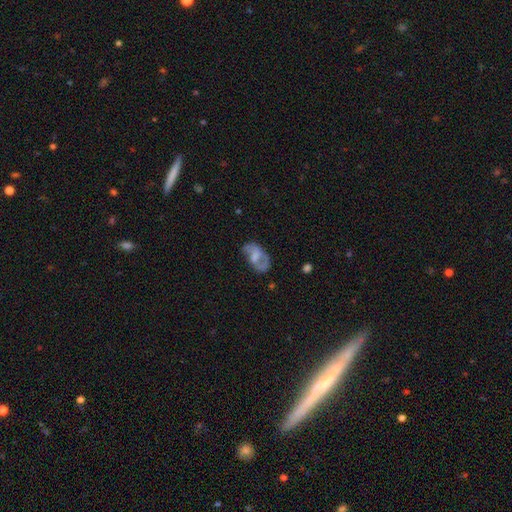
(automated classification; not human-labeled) Smooth or featured: featured or disk — 48% (smooth — 44%)
Merging: none — 50% (minor disturbance — 26%)